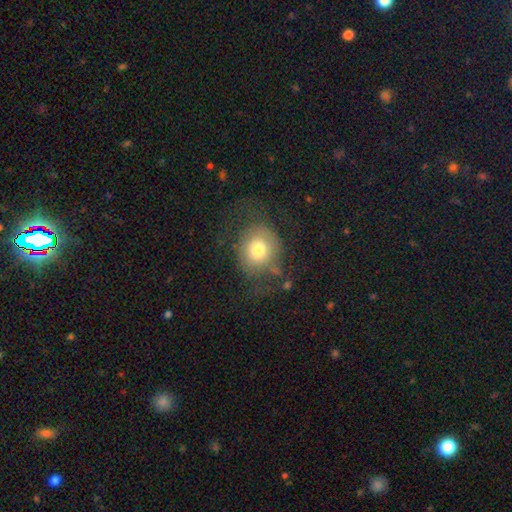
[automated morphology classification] This appears to be a smooth galaxy with no disk features (66%) that is round (73%). Merging: none (60%).